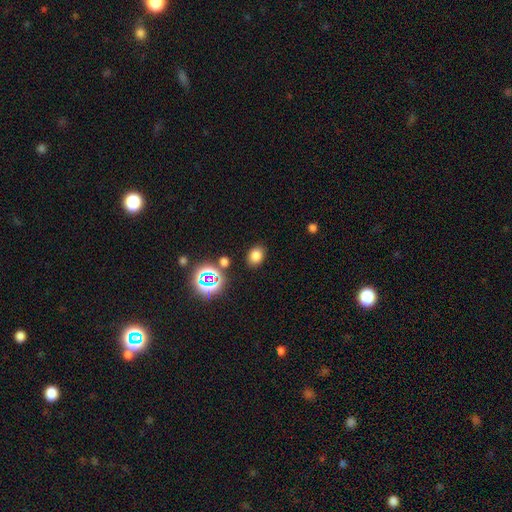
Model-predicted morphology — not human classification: Smooth or featured? Predicted: smooth (p=0.75). How rounded? Predicted: in between (p=0.61). Merging? Predicted: none (p=0.84).